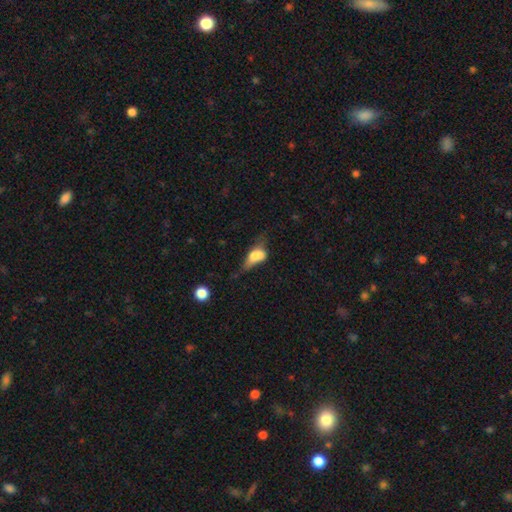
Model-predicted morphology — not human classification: A smooth galaxy with no disk features (61%) that is in between round and cigar-shaped (74%).

Vote fractions:
- Smooth or featured? smooth: 61% / featured or disk: 29% / star or artifact: 10%
- How rounded? in between: 74% / cigar-shaped: 14% / round: 12%
- Merging? major disturbance: 31% / merger: 27% / minor disturbance: 23% / none: 20%